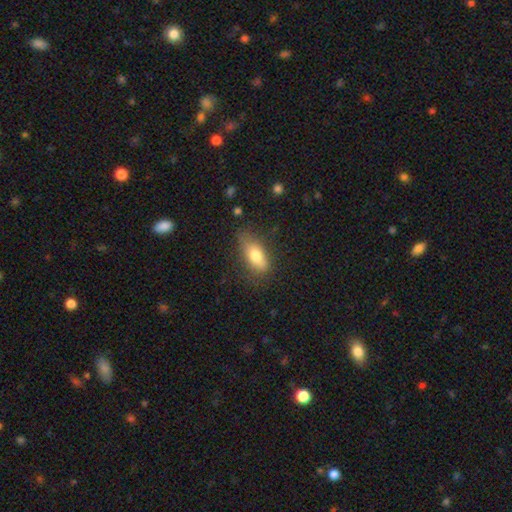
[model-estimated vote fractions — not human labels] A smooth galaxy with no disk features (74%) that is in between round and cigar-shaped (79%). Merging: none (67%).